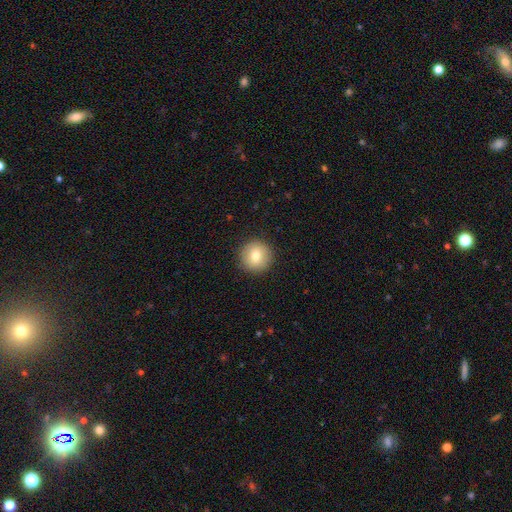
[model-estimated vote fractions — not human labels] smooth 78%, featured or disk 13%, star or artifact 9%. Down the decision tree: how rounded — round (96%); merging — none (91%).